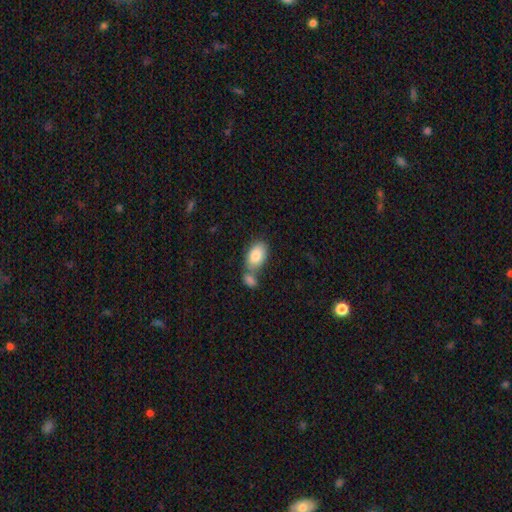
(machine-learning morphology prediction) Q: Smooth or featured?
A: smooth (83%); runner-up: featured or disk (10%)
Q: How rounded?
A: in between (91%); runner-up: round (8%)
Q: Merging?
A: merger (43%); runner-up: none (41%)